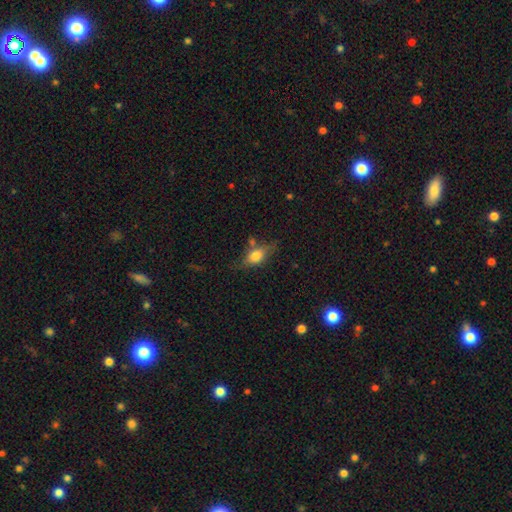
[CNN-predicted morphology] Smooth or featured? smooth (72%)
How rounded? in between (77%)
Merging? none (57%)